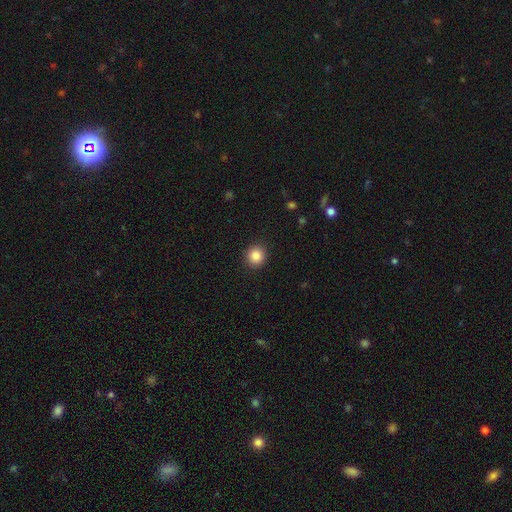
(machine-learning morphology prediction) Smooth or featured? smooth (86%)
How rounded? round (92%)
Merging? none (91%)